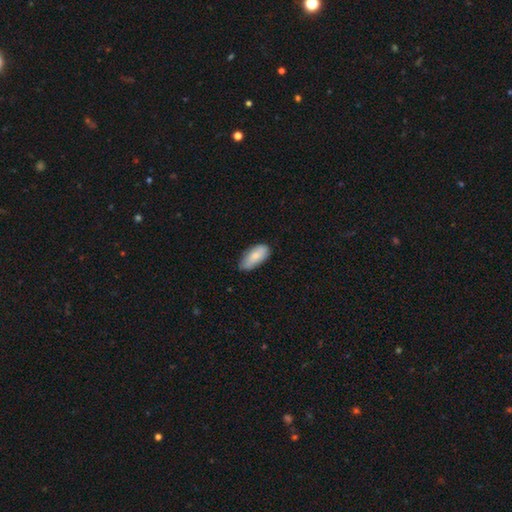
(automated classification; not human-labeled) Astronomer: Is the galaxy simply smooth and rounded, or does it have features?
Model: smooth — 79%.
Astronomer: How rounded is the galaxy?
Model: in between — 91%.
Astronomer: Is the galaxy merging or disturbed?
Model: none — 70%.